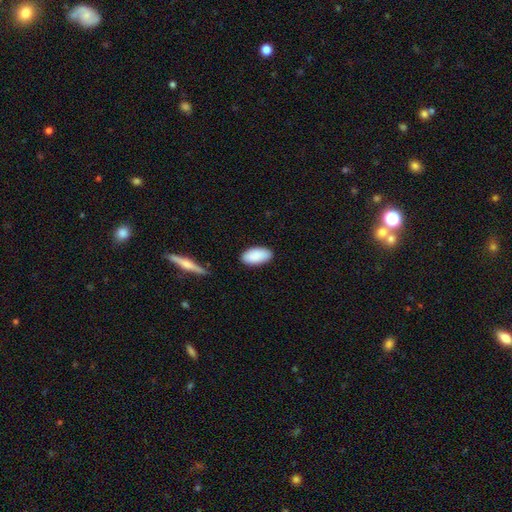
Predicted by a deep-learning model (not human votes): smooth-or-featured: smooth: 89% | star or artifact: 6% | featured or disk: 5%
  how-rounded: in between: 95% | cigar-shaped: 3% | round: 2%
  merging: none: 84% | minor disturbance: 12% | major disturbance: 2% | merger: 2%